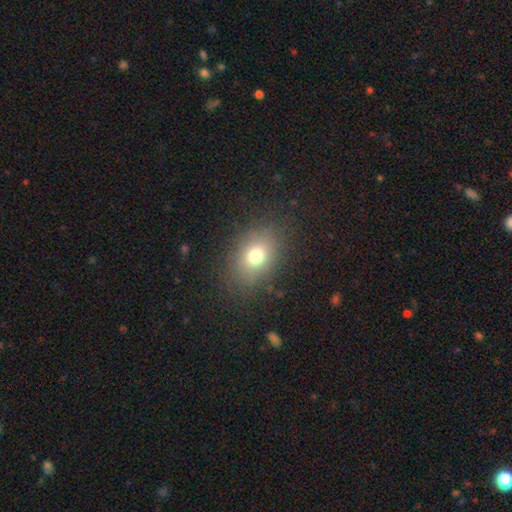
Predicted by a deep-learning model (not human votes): smooth-or-featured: smooth: 73% | star or artifact: 14% | featured or disk: 12%
  how-rounded: in between: 63% | round: 36% | cigar-shaped: 1%
  merging: none: 82% | minor disturbance: 11% | major disturbance: 6% | merger: 1%